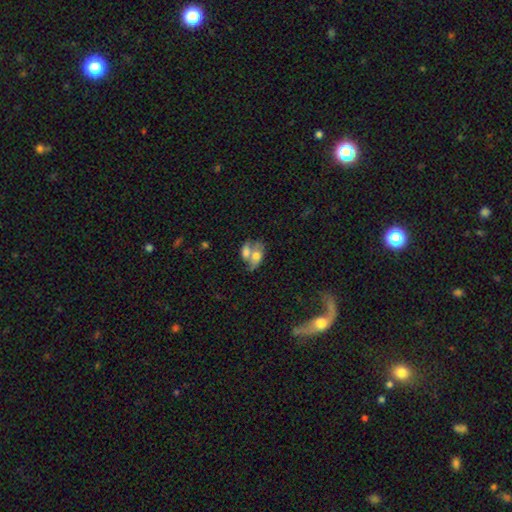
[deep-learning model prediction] smooth-or-featured: smooth: 60% | featured or disk: 31% | star or artifact: 9%
  how-rounded: in between: 79% | round: 18% | cigar-shaped: 3%
  merging: merger: 69% | none: 17% | minor disturbance: 8% | major disturbance: 7%